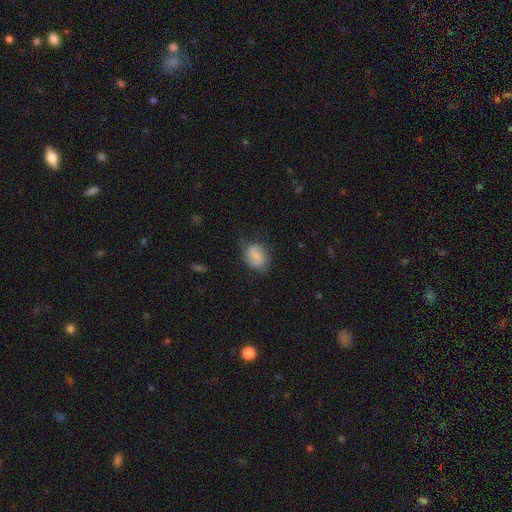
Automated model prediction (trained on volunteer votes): Smooth or featured?
  - smooth: 70% *
  - featured or disk: 22%
  - star or artifact: 8%
How rounded?
  - in between: 66% *
  - round: 32%
  - cigar-shaped: 1%
Merging?
  - none: 56% *
  - minor disturbance: 30%
  - major disturbance: 12%
  - merger: 2%